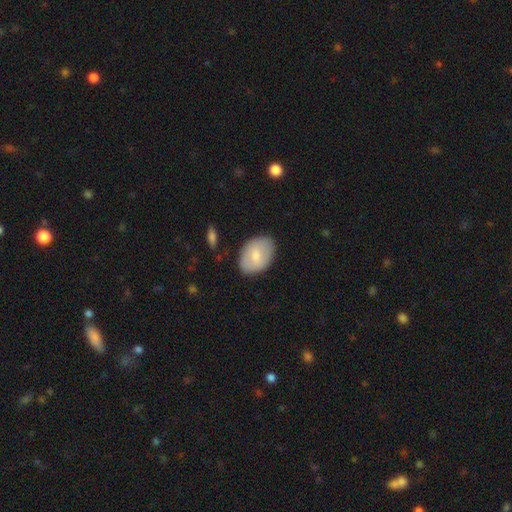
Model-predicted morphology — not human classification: smooth-or-featured: smooth: 70% | featured or disk: 24% | star or artifact: 6%
  how-rounded: in between: 84% | round: 15% | cigar-shaped: 1%
  merging: none: 81% | minor disturbance: 14% | major disturbance: 3% | merger: 2%